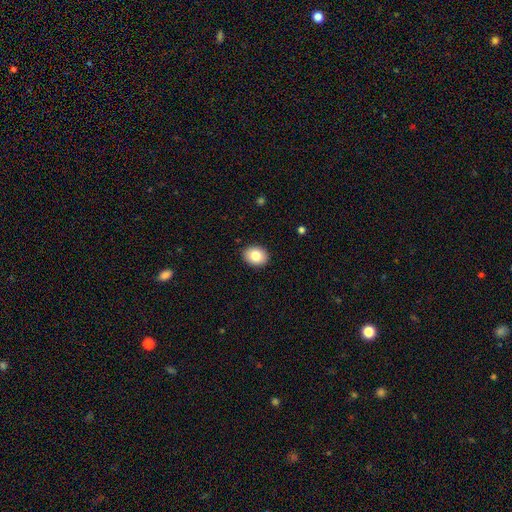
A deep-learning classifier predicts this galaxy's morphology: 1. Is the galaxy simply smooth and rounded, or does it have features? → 83% smooth, 9% featured or disk, 8% star or artifact.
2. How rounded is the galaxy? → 56% in between, 43% round, 1% cigar-shaped.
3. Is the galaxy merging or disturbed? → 90% none, 7% minor disturbance, 2% major disturbance, 1% merger.